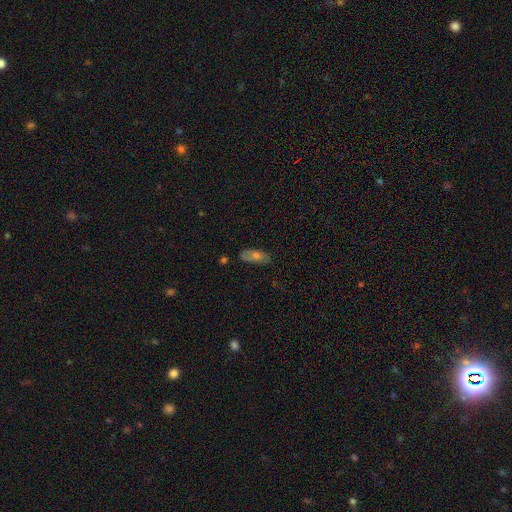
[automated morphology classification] A smooth galaxy with no disk features (55%) that is in between round and cigar-shaped (82%). Merging: none (76%).